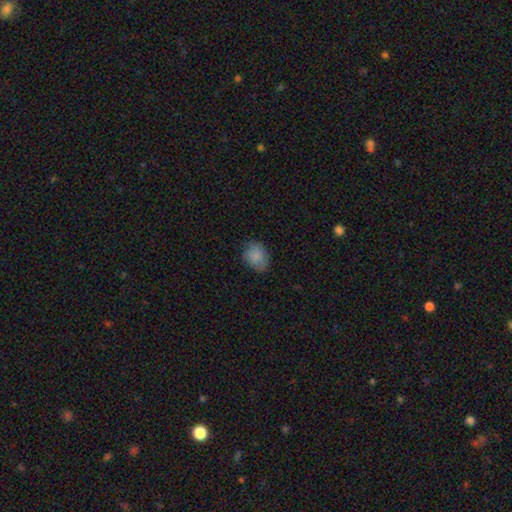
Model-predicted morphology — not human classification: This is clearly a smooth galaxy (80%). How rounded: possibly in between (60%). Merging: likely none (71%).